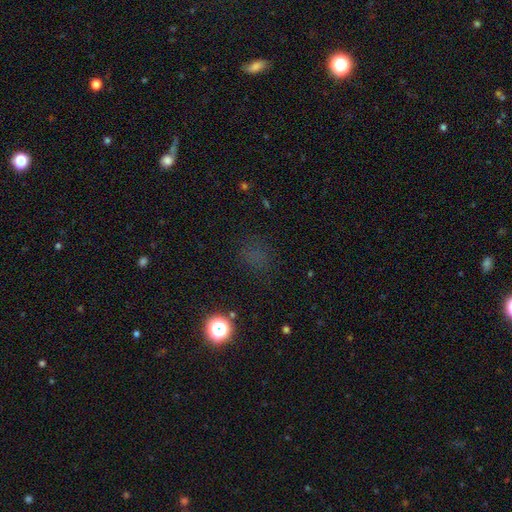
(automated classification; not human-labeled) Q: Smooth or featured?
A: smooth (51%); runner-up: star or artifact (40%)
Q: How rounded?
A: round (70%); runner-up: in between (28%)
Q: Merging?
A: none (76%); runner-up: minor disturbance (13%)